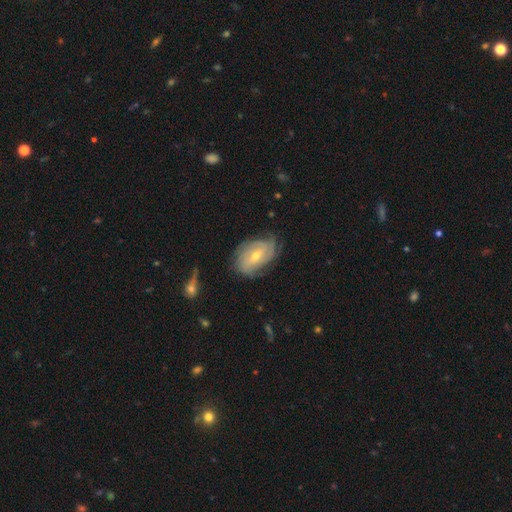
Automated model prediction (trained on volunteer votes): This is likely a featured or disk galaxy (74%). It is clearly not viewed edge-on (95%). Bar: marginally weak (44%). Spiral arm pattern: clearly yes (89%). Spiral arm count: marginally can't tell (41%). Spiral winding: possibly tight (59%). Central bulge: possibly moderate (49%). Merging: likely none (66%).